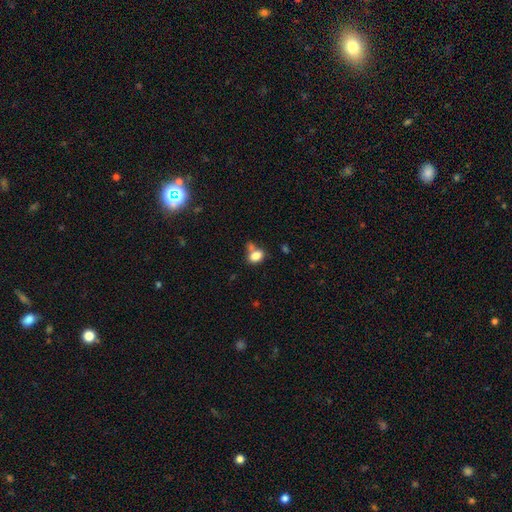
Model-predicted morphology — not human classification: A smooth galaxy with no disk features (82%) that is in between round and cigar-shaped (74%). Merging: none (46%).